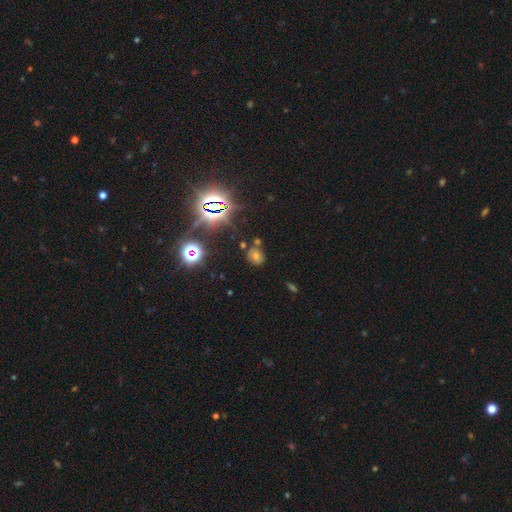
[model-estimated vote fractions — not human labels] Smooth or featured? Predicted: star or artifact (p=0.52).